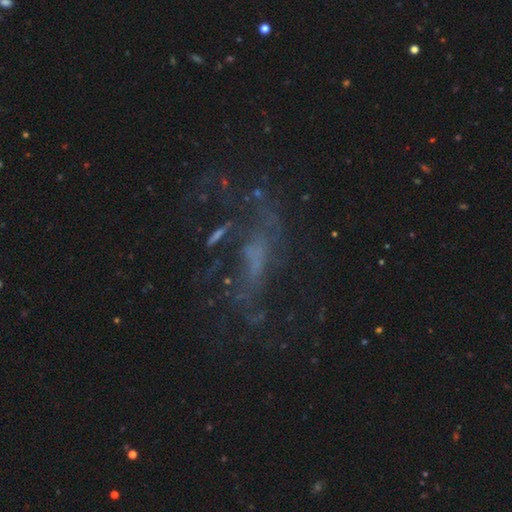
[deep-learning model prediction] Morphology: type=featured or disk (63%); edge-on=no (89%); bar=no (53%); spiral arms=yes (59%); bulge=none (50%); merging=none (48%).